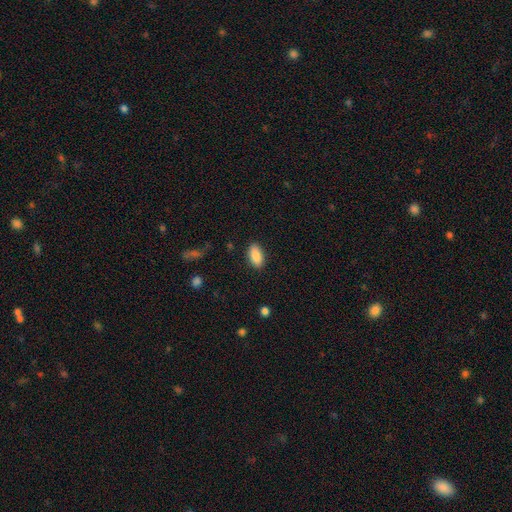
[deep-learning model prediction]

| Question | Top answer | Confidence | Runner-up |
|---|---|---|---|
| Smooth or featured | smooth | 88% | star or artifact (7%) |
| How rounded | in between | 91% | cigar-shaped (6%) |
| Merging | none | 88% | minor disturbance (9%) |